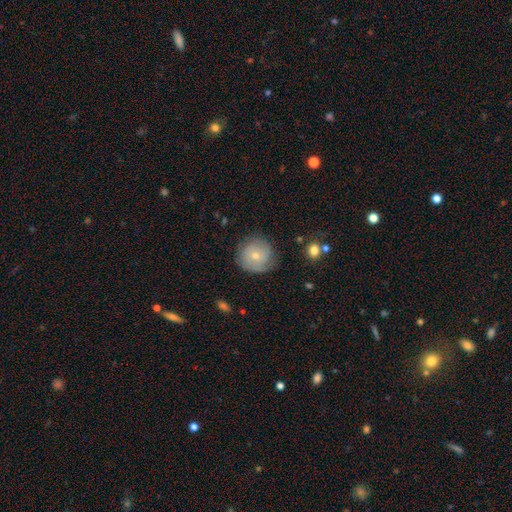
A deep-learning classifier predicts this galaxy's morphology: Smooth or featured? smooth (53%)
How rounded? round (92%)
Merging? none (75%)